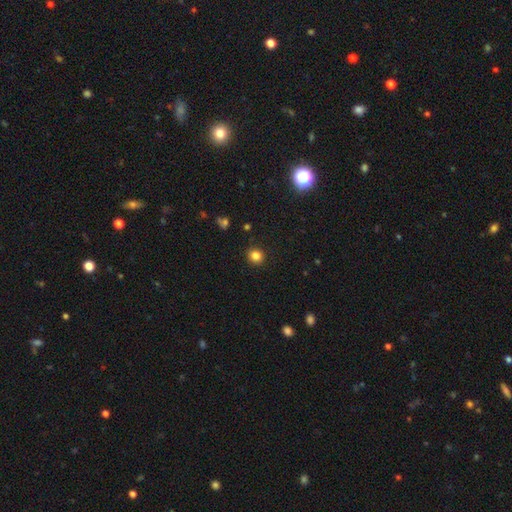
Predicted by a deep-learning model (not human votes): Smooth or featured: smooth — 83% (star or artifact — 12%)
How rounded: round — 85% (in between — 14%)
Merging: none — 91% (minor disturbance — 6%)